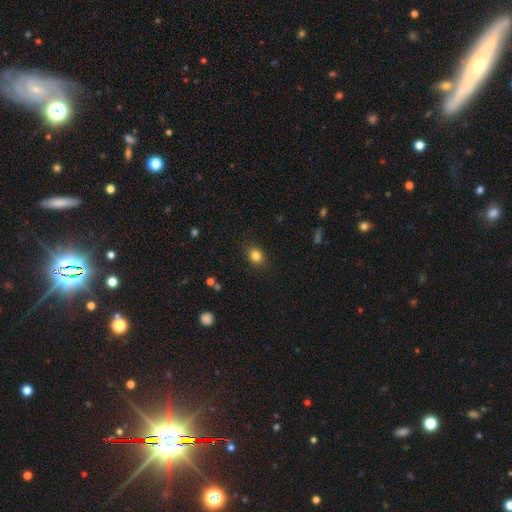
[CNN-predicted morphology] Q: Smooth or featured?
A: smooth (83%); runner-up: star or artifact (11%)
Q: How rounded?
A: round (62%); runner-up: in between (37%)
Q: Merging?
A: none (87%); runner-up: minor disturbance (9%)